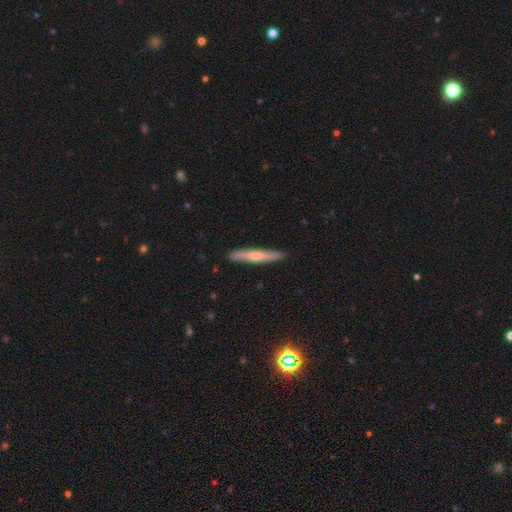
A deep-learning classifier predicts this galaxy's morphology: smooth-or-featured: smooth: 48% | featured or disk: 47% | star or artifact: 6%
  merging: none: 90% | minor disturbance: 8% | major disturbance: 1% | merger: 1%